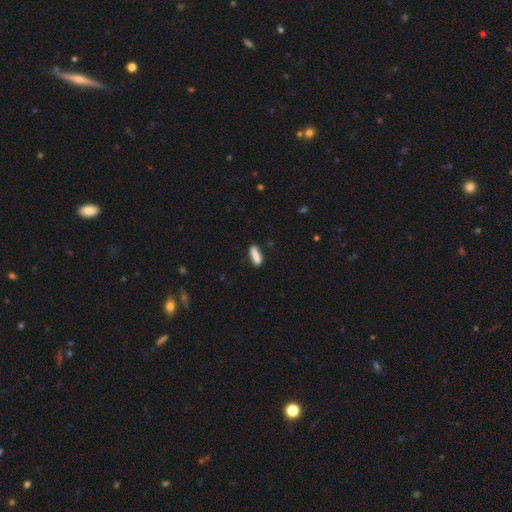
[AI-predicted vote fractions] A smooth galaxy with no disk features (86%) that is cigar-shaped (59%).

Vote fractions:
- Smooth or featured? smooth: 86% / featured or disk: 8% / star or artifact: 7%
- How rounded? cigar-shaped: 59% / in between: 39% / round: 2%
- Merging? none: 83% / minor disturbance: 12% / major disturbance: 3% / merger: 2%